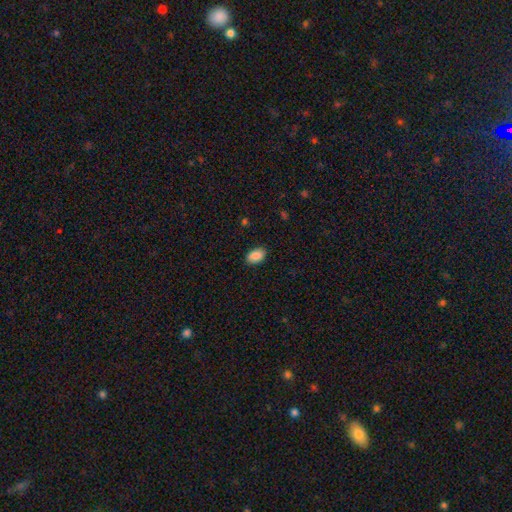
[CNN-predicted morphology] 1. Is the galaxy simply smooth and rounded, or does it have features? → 89% smooth, 7% star or artifact, 4% featured or disk.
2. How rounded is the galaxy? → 92% in between, 7% round, 1% cigar-shaped.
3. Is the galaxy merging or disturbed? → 88% none, 9% minor disturbance, 2% major disturbance, 1% merger.